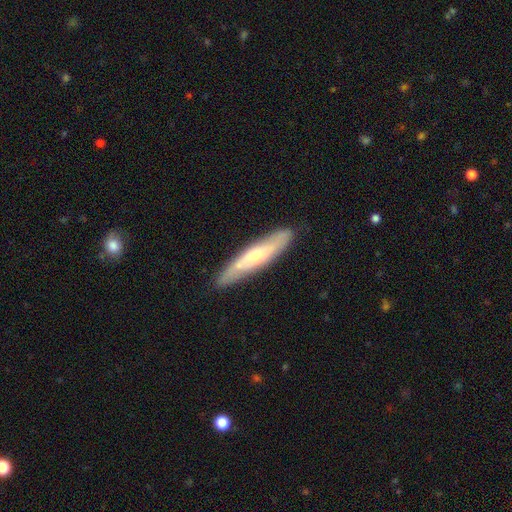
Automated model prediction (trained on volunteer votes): The model was most divided on "smooth or featured": featured or disk: 52%, smooth: 43%, star or artifact: 5%. More confident: merging — none (85%); edge-on disk — yes (58%).